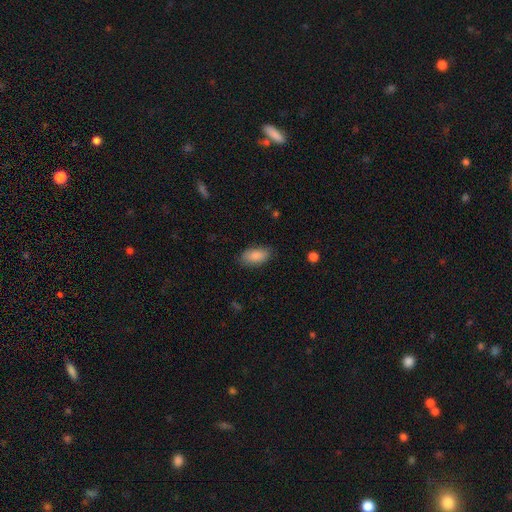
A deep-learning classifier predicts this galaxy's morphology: A smooth galaxy with no disk features (87%) that is in between round and cigar-shaped (91%). Merging: none (84%).